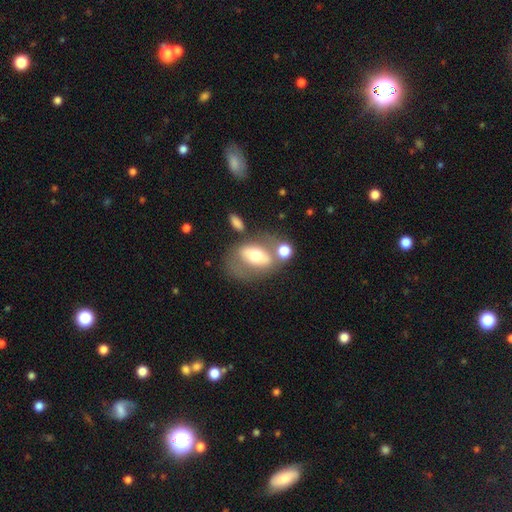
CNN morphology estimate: Smooth or featured? Predicted: featured or disk (p=0.46). Merging? Predicted: none (p=0.46).